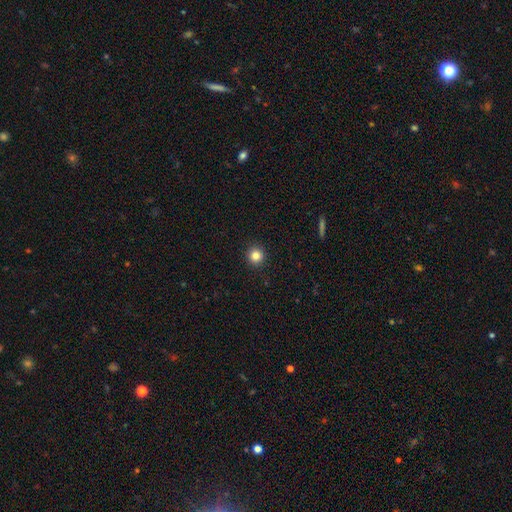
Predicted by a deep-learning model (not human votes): A smooth galaxy with no disk features (83%) that is round (94%).

Vote fractions:
- Smooth or featured? smooth: 83% / star or artifact: 12% / featured or disk: 5%
- How rounded? round: 94% / in between: 5% / cigar-shaped: 1%
- Merging? none: 93% / minor disturbance: 5% / major disturbance: 2% / merger: 1%